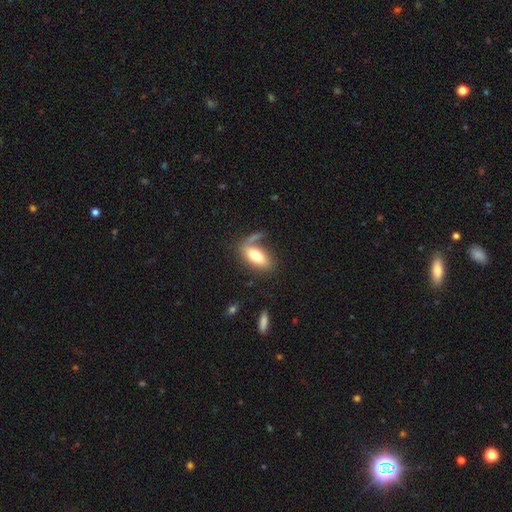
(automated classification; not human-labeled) Smooth or featured? Predicted: smooth (p=0.71). How rounded? Predicted: in between (p=0.84). Merging? Predicted: none (p=0.55).